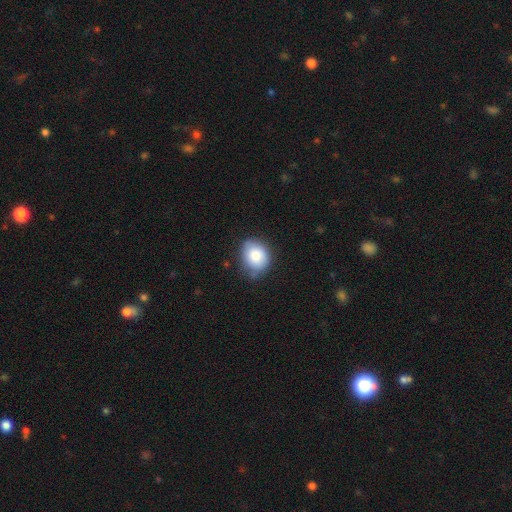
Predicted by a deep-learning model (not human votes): Overall: smooth (82%). How rounded: round (52%; in between 47%). Merging: none (68%).